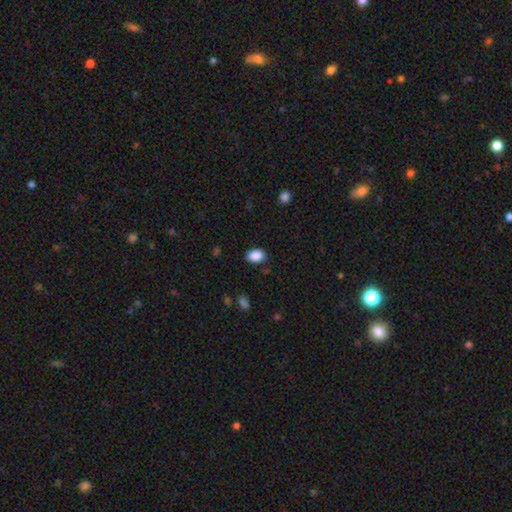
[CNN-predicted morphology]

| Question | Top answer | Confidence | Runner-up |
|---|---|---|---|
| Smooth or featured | smooth | 89% | star or artifact (8%) |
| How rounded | in between | 83% | round (15%) |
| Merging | none | 84% | minor disturbance (12%) |